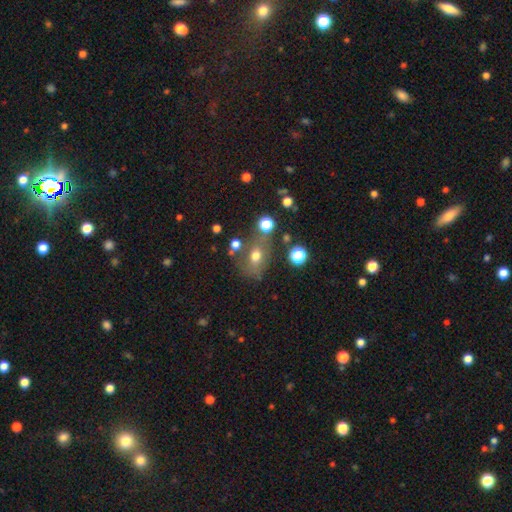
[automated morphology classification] smooth 64%, featured or disk 19%, star or artifact 17%. Down the decision tree: how rounded — in between (59%); merging — none (58%).